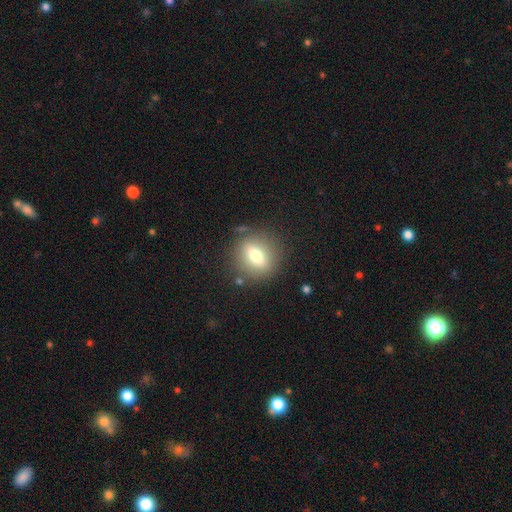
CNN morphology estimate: A smooth galaxy with no disk features (63%) that is round (63%). Merging: none (83%).